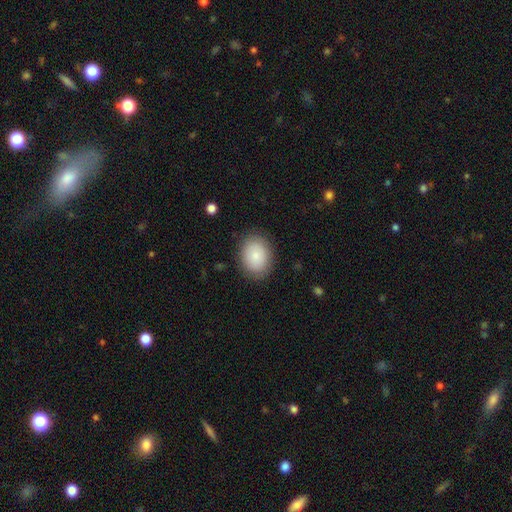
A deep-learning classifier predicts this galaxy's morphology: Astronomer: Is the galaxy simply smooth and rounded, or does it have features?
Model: smooth — 85%.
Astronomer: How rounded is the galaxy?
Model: in between — 59% (runner-up: round, 40%).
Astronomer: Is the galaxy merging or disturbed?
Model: none — 85%.